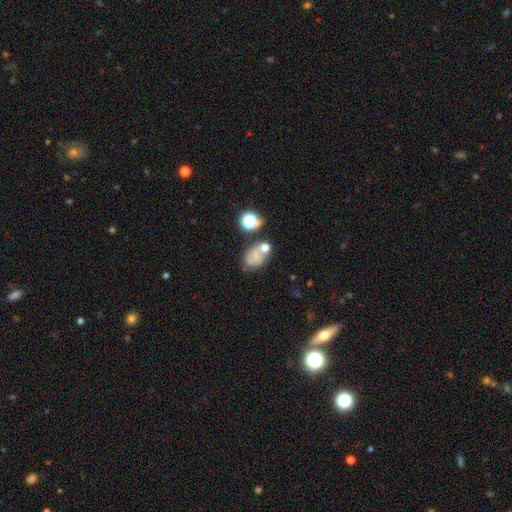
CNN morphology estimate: type=smooth (45%); merging=none (45%).